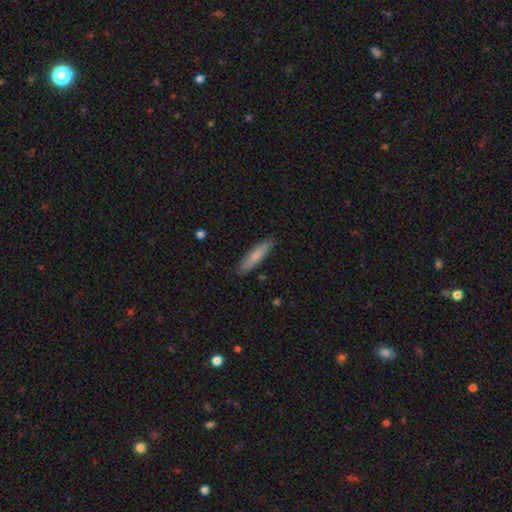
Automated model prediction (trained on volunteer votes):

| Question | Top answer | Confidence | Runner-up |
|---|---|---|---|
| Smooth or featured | smooth | 76% | featured or disk (18%) |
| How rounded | cigar-shaped | 80% | in between (18%) |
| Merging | none | 88% | minor disturbance (10%) |